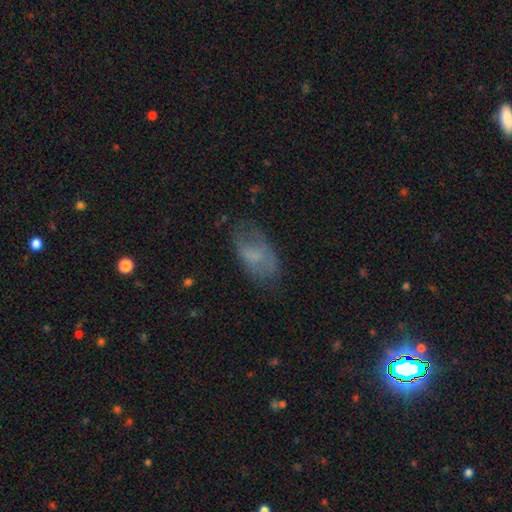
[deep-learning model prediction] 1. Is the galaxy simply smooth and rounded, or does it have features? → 61% smooth, 29% featured or disk, 10% star or artifact.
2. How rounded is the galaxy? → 92% in between, 5% round, 3% cigar-shaped.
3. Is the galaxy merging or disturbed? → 59% none, 26% minor disturbance, 14% major disturbance, 2% merger.